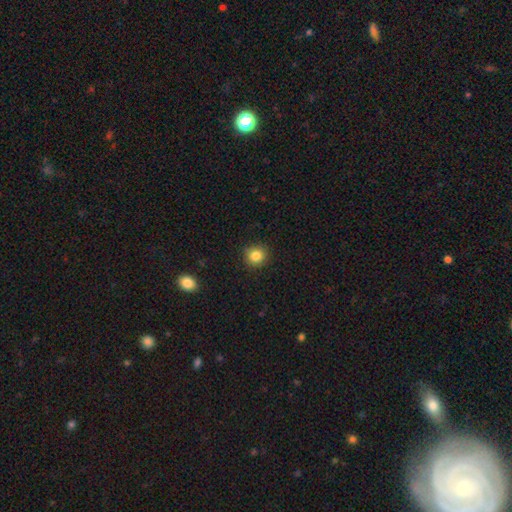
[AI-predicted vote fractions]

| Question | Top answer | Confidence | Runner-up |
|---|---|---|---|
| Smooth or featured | smooth | 85% | star or artifact (10%) |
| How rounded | round | 89% | in between (10%) |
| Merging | none | 90% | minor disturbance (7%) |